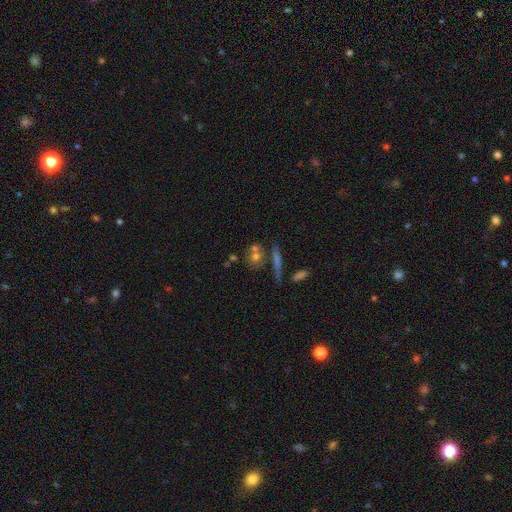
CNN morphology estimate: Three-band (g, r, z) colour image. It shows a smooth galaxy with no disk features (58%) that is round (61%). Merging: none (53%).